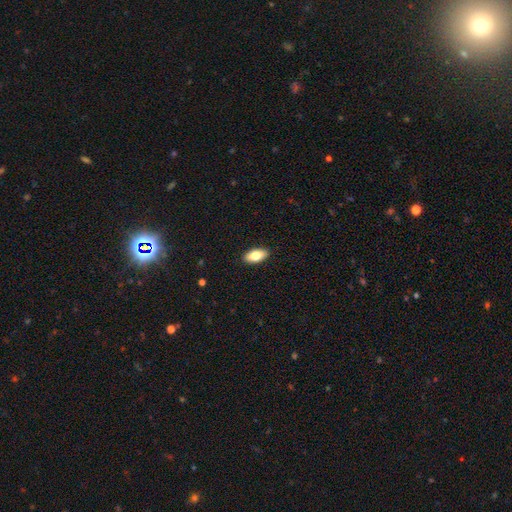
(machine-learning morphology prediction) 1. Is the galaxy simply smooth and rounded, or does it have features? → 79% smooth, 14% featured or disk, 6% star or artifact.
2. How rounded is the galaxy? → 91% in between, 6% cigar-shaped, 3% round.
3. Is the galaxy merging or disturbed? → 90% none, 7% minor disturbance, 2% major disturbance, 1% merger.